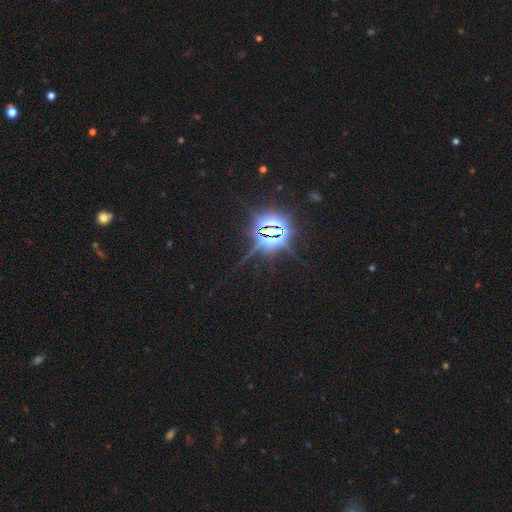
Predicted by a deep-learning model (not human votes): Smooth or featured: star or artifact — 87% (smooth — 8%)